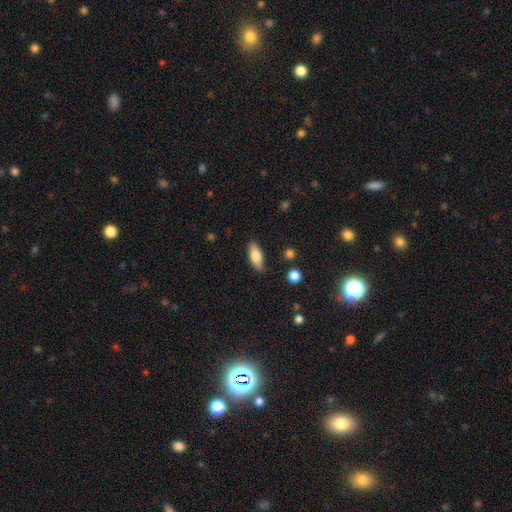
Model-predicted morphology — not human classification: type=smooth (77%); roundness=in between (74%); merging=none (85%).